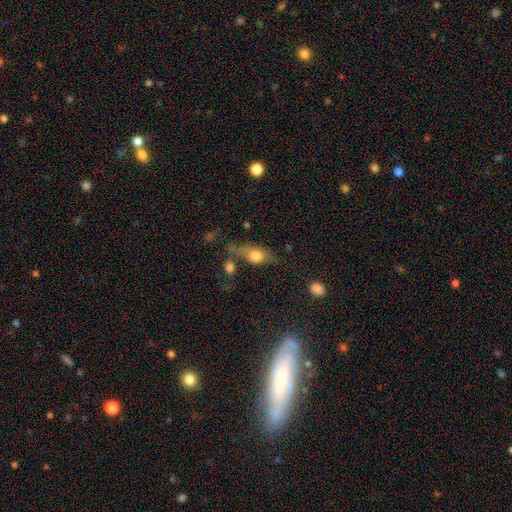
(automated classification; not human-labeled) Smooth or featured?
  - smooth: 67% *
  - featured or disk: 24%
  - star or artifact: 9%
How rounded?
  - in between: 71% *
  - round: 20%
  - cigar-shaped: 9%
Merging?
  - none: 47% *
  - minor disturbance: 24%
  - major disturbance: 15%
  - merger: 15%